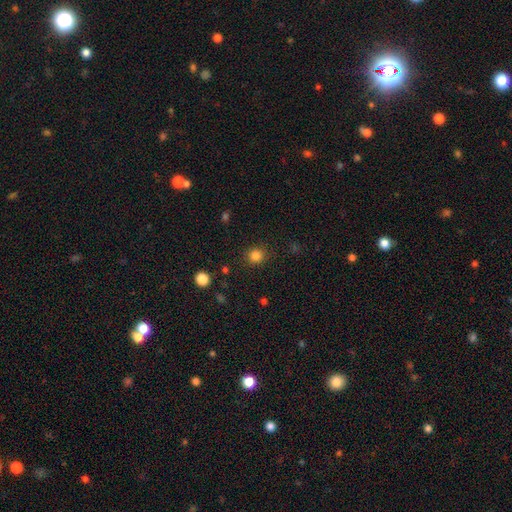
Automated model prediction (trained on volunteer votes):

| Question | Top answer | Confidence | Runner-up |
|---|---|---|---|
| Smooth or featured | smooth | 83% | star or artifact (13%) |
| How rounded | round | 88% | in between (11%) |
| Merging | none | 89% | minor disturbance (7%) |